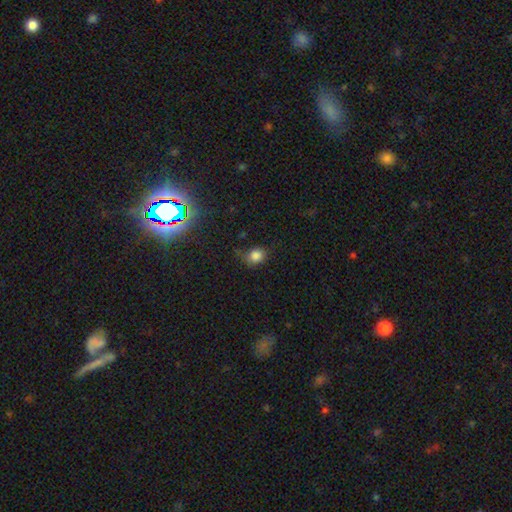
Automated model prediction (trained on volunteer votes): Morphology: type=smooth (82%); roundness=round (58%); merging=none (57%).